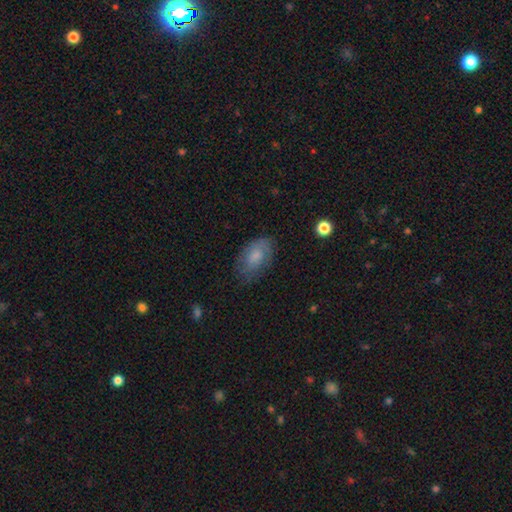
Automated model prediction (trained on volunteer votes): Smooth or featured? Predicted: smooth (p=0.62). How rounded? Predicted: in between (p=0.91). Merging? Predicted: none (p=0.68).